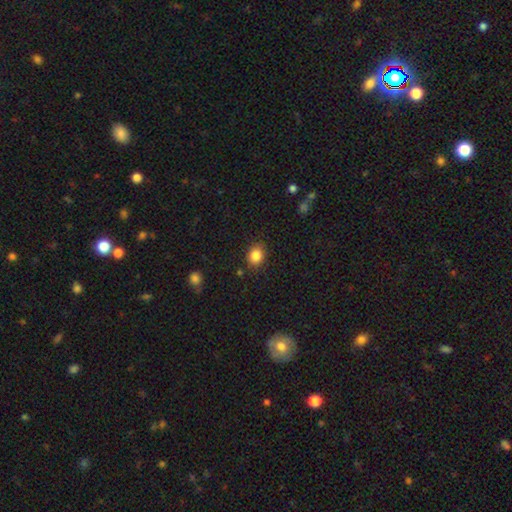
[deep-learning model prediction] smooth-or-featured: smooth: 85% | star or artifact: 10% | featured or disk: 5%
  how-rounded: round: 62% | in between: 37% | cigar-shaped: 1%
  merging: none: 84% | minor disturbance: 11% | major disturbance: 3% | merger: 2%